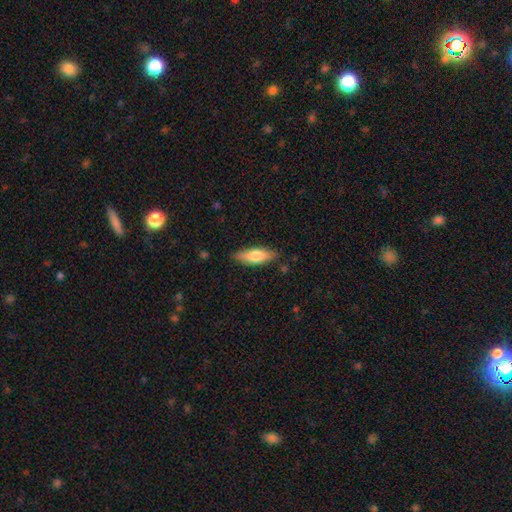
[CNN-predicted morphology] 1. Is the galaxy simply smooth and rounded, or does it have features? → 70% smooth, 24% featured or disk, 6% star or artifact.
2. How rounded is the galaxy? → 63% in between, 35% cigar-shaped, 2% round.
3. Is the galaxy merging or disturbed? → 84% none, 13% minor disturbance, 2% major disturbance, 1% merger.